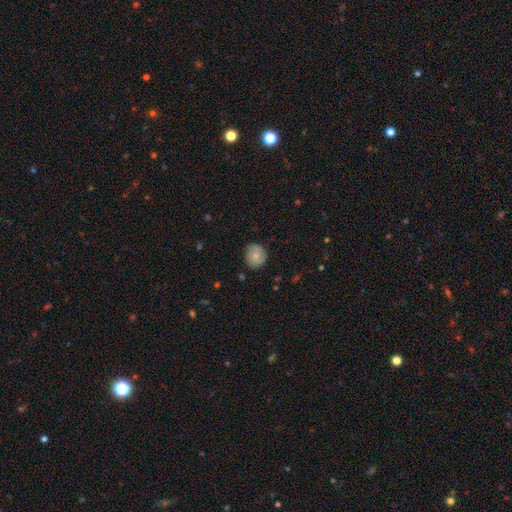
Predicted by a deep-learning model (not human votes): Q: Smooth or featured?
A: smooth (69%); runner-up: featured or disk (23%)
Q: How rounded?
A: round (78%); runner-up: in between (21%)
Q: Merging?
A: none (76%); runner-up: minor disturbance (19%)